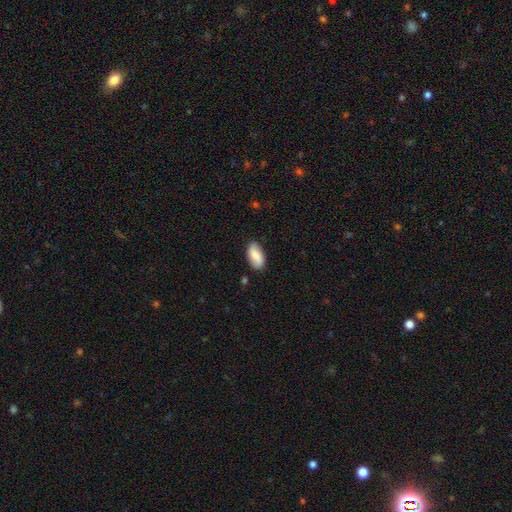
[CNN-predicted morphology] This is likely a smooth galaxy (76%). How rounded: clearly in between (92%). Merging: clearly none (81%).